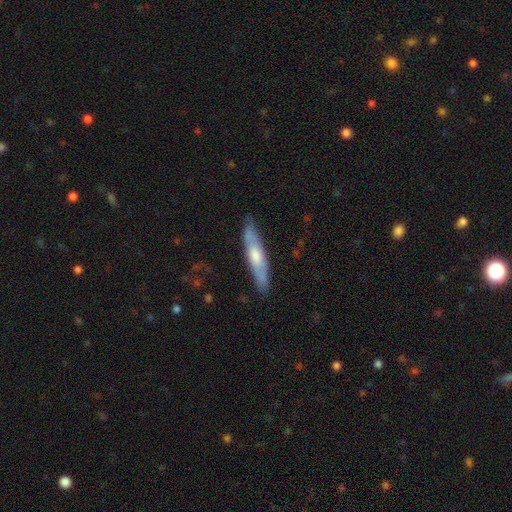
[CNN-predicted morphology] smooth-or-featured: featured or disk: 53% | smooth: 40% | star or artifact: 6%
  disk-edge-on: yes: 76% | no: 24%
  merging: none: 82% | minor disturbance: 13% | major disturbance: 3% | merger: 1%